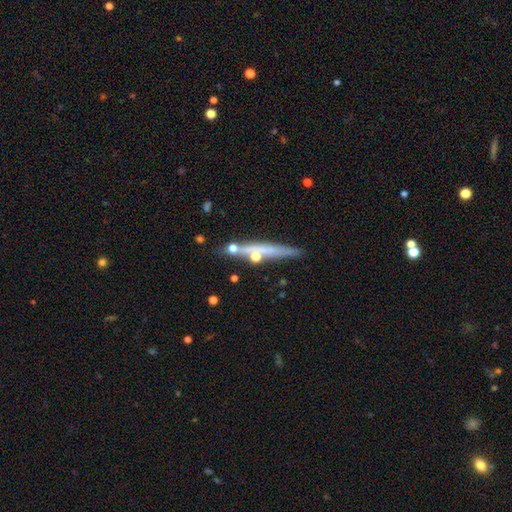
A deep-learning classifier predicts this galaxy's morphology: type=featured or disk (47%); merging=none (74%).